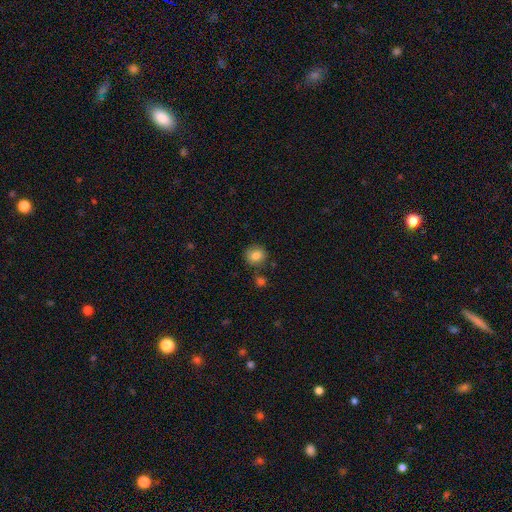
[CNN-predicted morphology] This is clearly a smooth galaxy (83%). How rounded: clearly round (83%). Merging: likely none (78%).